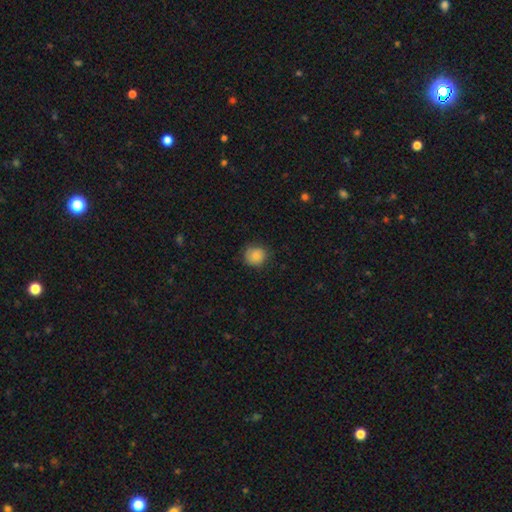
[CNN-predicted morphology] This is clearly a smooth galaxy (83%). How rounded: clearly round (87%). Merging: likely none (79%).